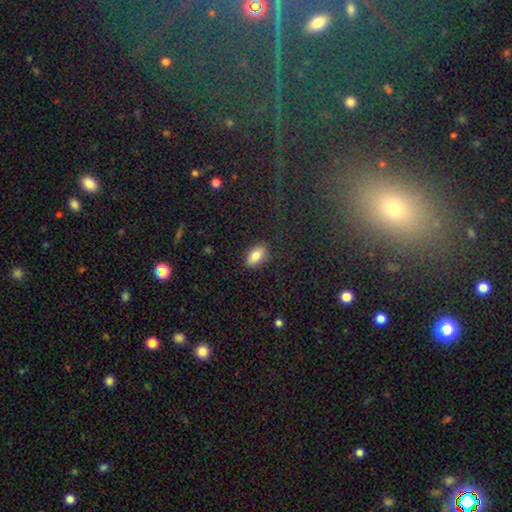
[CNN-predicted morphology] This appears to be a smooth galaxy with no disk features (82%) that is in between round and cigar-shaped (91%). Merging: none (85%).